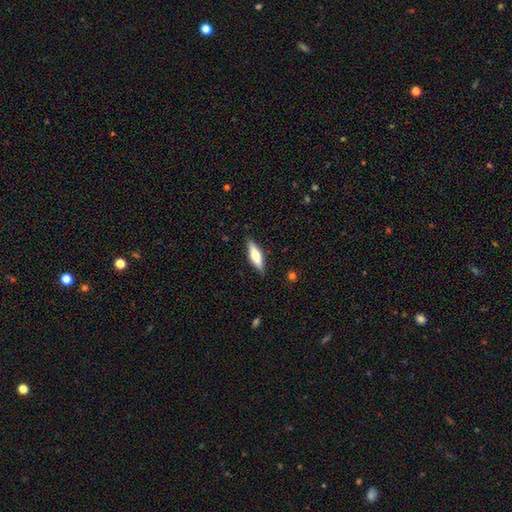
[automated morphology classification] Overall: smooth (49%; featured or disk 46%). Merging: none (88%).